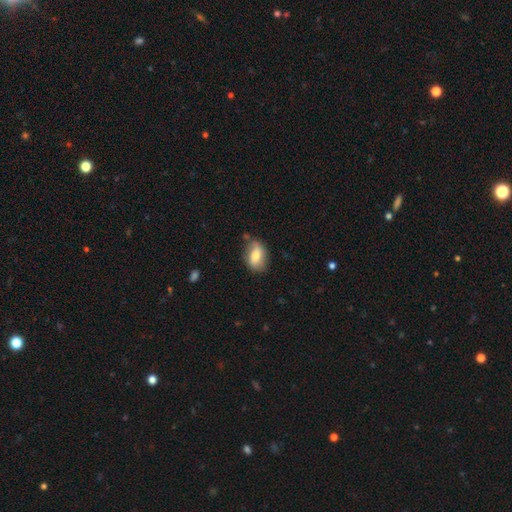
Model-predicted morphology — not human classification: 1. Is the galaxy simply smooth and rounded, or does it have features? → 64% smooth, 29% featured or disk, 7% star or artifact.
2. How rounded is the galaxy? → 83% in between, 14% round, 3% cigar-shaped.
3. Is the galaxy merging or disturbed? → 68% none, 23% minor disturbance, 5% major disturbance, 4% merger.